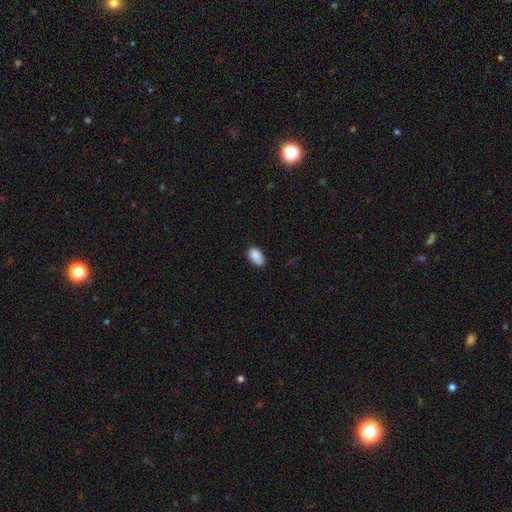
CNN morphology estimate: type=smooth (89%); roundness=in between (93%); merging=none (76%).